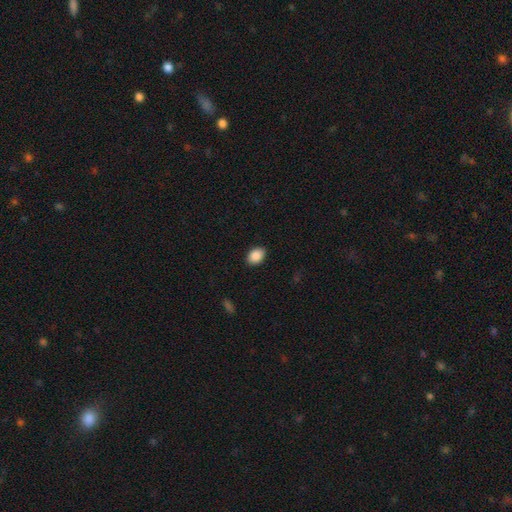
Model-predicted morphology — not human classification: A smooth galaxy with no disk features (89%) that is in between round and cigar-shaped (77%). Merging: none (89%).